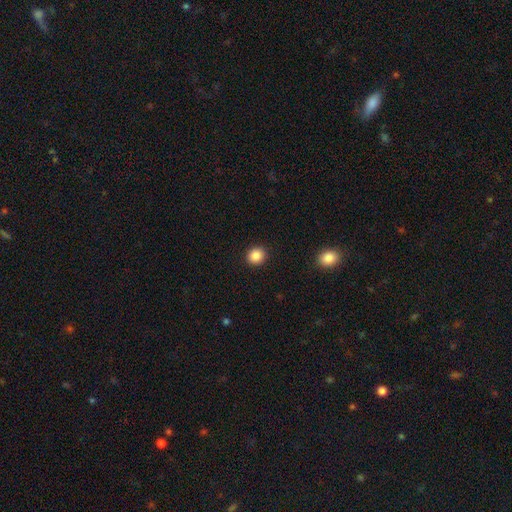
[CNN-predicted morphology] This is clearly a smooth galaxy (87%). How rounded: clearly round (86%). Merging: clearly none (92%).